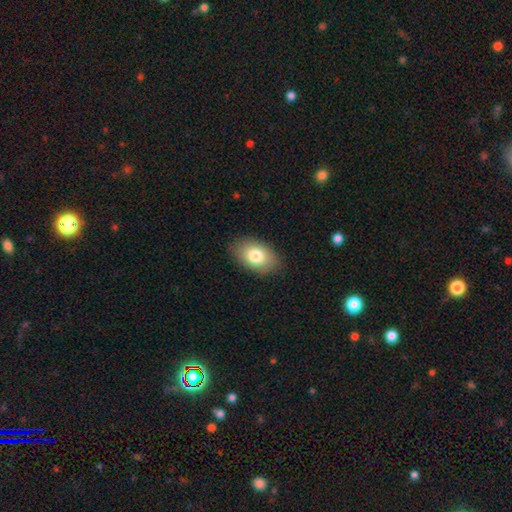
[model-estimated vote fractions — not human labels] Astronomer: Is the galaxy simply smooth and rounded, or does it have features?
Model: smooth — 79%.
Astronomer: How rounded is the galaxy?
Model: in between — 90%.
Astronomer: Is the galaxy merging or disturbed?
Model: none — 86%.